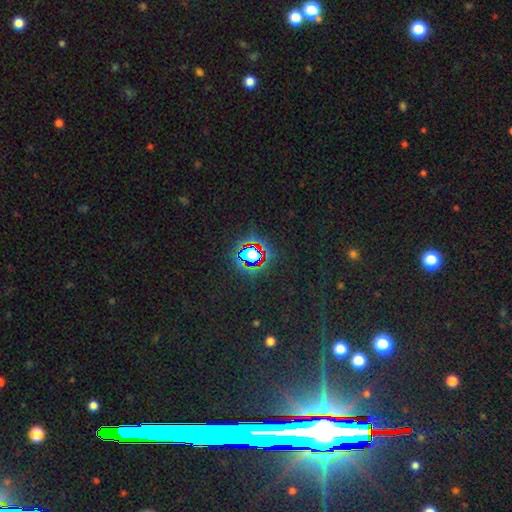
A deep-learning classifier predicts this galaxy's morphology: star or artifact 74%, smooth 17%, featured or disk 10%.